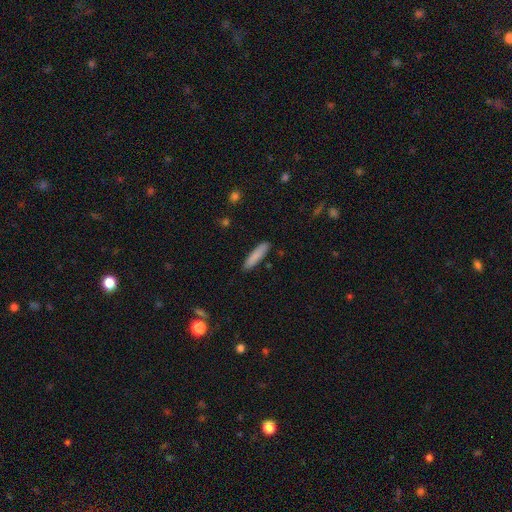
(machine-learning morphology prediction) A smooth galaxy with no disk features (85%) that is cigar-shaped (84%).

Vote fractions:
- Smooth or featured? smooth: 85% / featured or disk: 9% / star or artifact: 6%
- How rounded? cigar-shaped: 84% / in between: 15% / round: 1%
- Merging? none: 88% / minor disturbance: 9% / major disturbance: 2% / merger: 1%